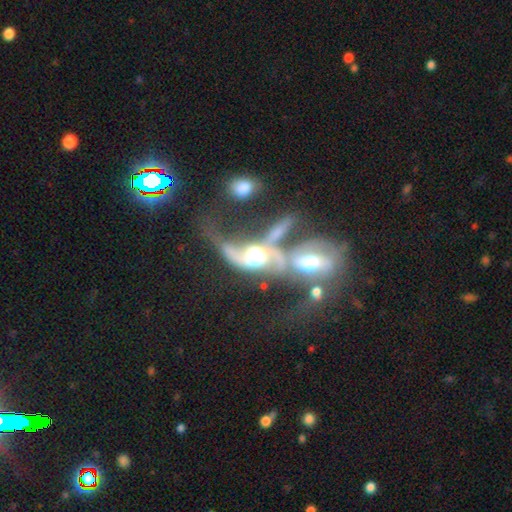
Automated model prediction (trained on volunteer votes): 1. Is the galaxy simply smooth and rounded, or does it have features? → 82% featured or disk, 11% smooth, 8% star or artifact.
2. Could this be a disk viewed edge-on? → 93% no, 7% yes.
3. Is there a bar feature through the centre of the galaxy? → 51% no, 32% weak, 17% strong.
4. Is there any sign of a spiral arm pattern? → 91% yes, 9% no.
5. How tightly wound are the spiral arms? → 65% loose, 27% medium, 8% tight.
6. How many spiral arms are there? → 82% 2, 7% 1, 7% can't tell, 2% 3, 1% 4, 1% more than 4.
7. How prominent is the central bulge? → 58% moderate, 26% large, 10% small, 3% dominant, 3% none.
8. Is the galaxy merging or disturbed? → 71% merger, 13% major disturbance, 10% none, 6% minor disturbance.